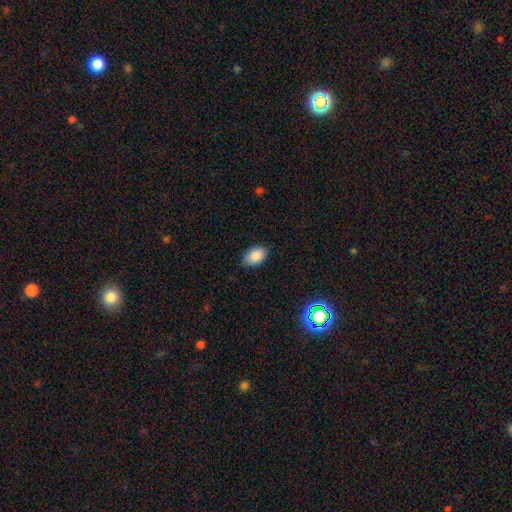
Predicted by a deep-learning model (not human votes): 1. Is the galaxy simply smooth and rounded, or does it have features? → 87% smooth, 8% star or artifact, 4% featured or disk.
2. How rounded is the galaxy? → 88% in between, 11% round, 1% cigar-shaped.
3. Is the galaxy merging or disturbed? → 77% none, 19% minor disturbance, 3% major disturbance, 1% merger.